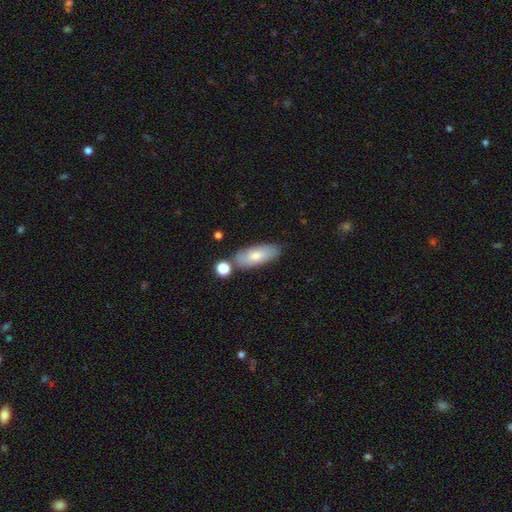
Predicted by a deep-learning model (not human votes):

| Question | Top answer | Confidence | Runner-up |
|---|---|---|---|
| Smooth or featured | smooth | 63% | featured or disk (27%) |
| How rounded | in between | 78% | cigar-shaped (18%) |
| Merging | none | 76% | minor disturbance (14%) |